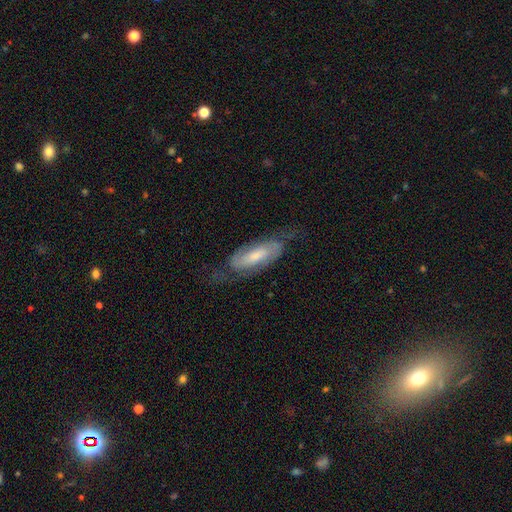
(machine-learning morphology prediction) This is likely a featured or disk galaxy (73%). It is clearly not viewed edge-on (90%). Bar: marginally weak (40%). Spiral arm pattern: clearly yes (92%). Spiral arm count: clearly 2 (84%). Spiral winding: marginally medium (44%). Central bulge: marginally small (43%). Merging: likely none (66%).